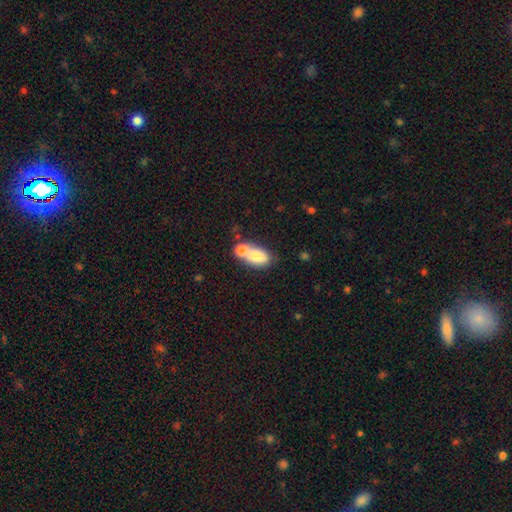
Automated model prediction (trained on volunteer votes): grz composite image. It shows a smooth galaxy with no disk features (77%) that is in between round and cigar-shaped (88%). Merging: merger (47%).